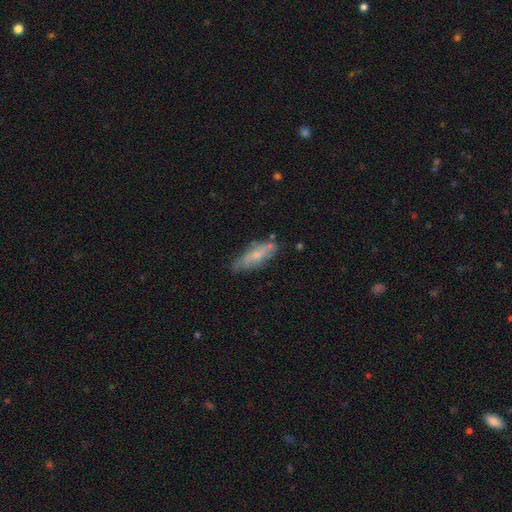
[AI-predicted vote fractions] This appears to be a smooth galaxy with no disk features (55%) that is in between round and cigar-shaped (57%). Merging: none (62%).